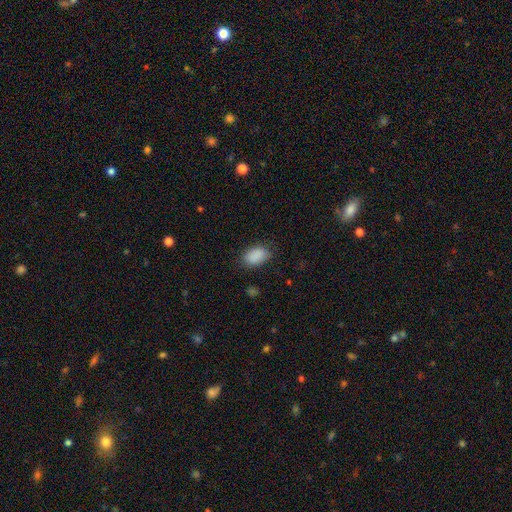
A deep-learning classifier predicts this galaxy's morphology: A smooth galaxy with no disk features (89%) that is in between round and cigar-shaped (89%).

Vote fractions:
- Smooth or featured? smooth: 89% / star or artifact: 8% / featured or disk: 4%
- How rounded? in between: 89% / round: 10% / cigar-shaped: 1%
- Merging? none: 78% / minor disturbance: 16% / major disturbance: 4% / merger: 1%